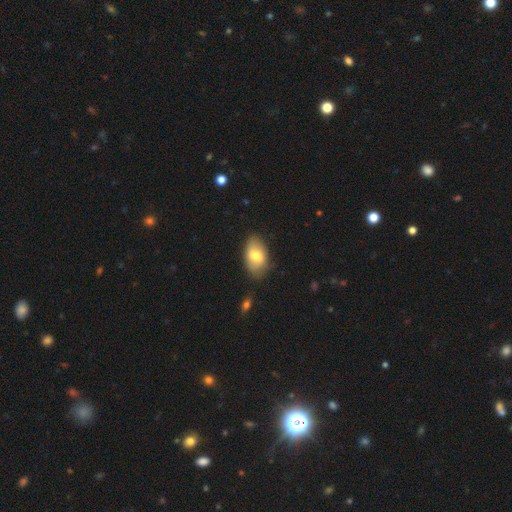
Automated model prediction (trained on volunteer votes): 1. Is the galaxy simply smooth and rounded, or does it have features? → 73% smooth, 21% featured or disk, 7% star or artifact.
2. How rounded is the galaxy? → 91% in between, 8% round, 2% cigar-shaped.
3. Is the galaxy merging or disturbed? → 77% none, 18% minor disturbance, 4% major disturbance, 2% merger.